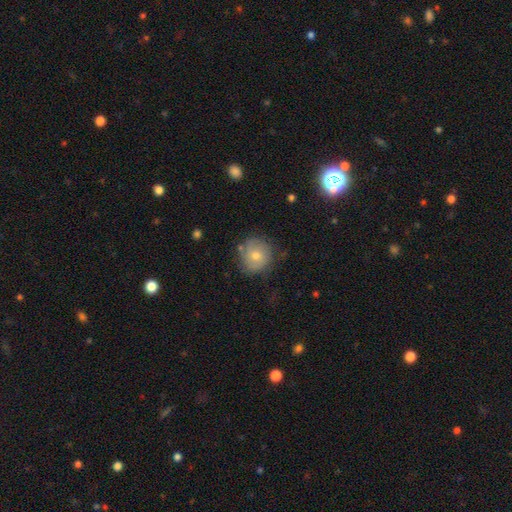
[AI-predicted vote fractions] A smooth galaxy with no disk features (44%). Merging: none (76%).